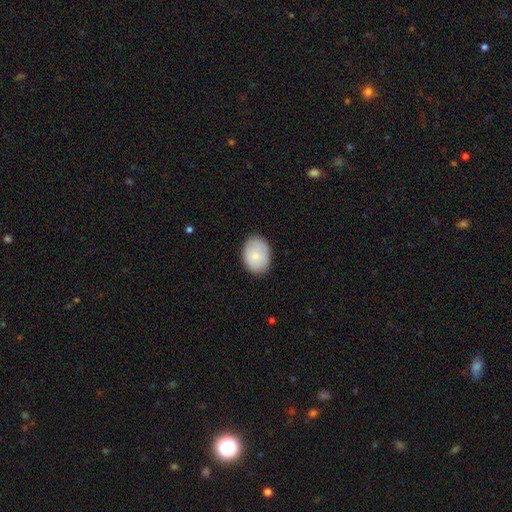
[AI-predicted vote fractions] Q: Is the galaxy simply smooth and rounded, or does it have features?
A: smooth — 80%.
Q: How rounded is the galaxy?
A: in between — 72%.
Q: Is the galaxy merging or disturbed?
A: none — 85%.